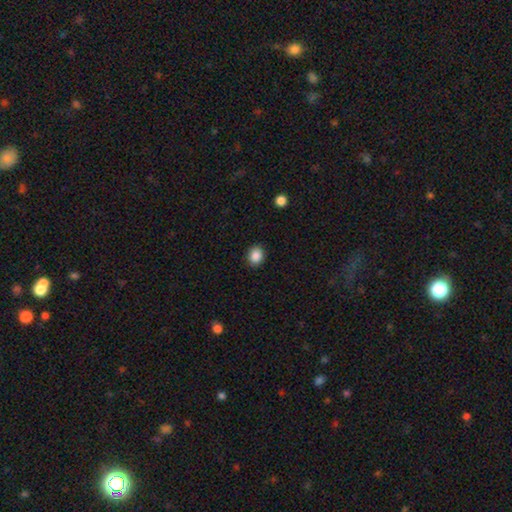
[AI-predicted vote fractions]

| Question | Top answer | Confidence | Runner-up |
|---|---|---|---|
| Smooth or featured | smooth | 88% | star or artifact (9%) |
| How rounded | round | 57% | in between (42%) |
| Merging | none | 90% | minor disturbance (7%) |